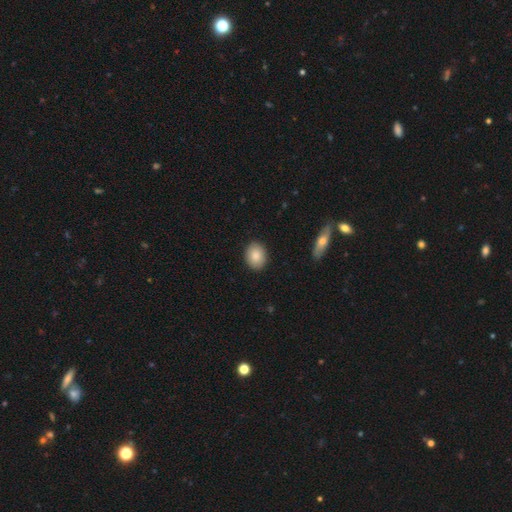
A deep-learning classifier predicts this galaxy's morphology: type=smooth (87%); roundness=in between (62%); merging=none (90%).